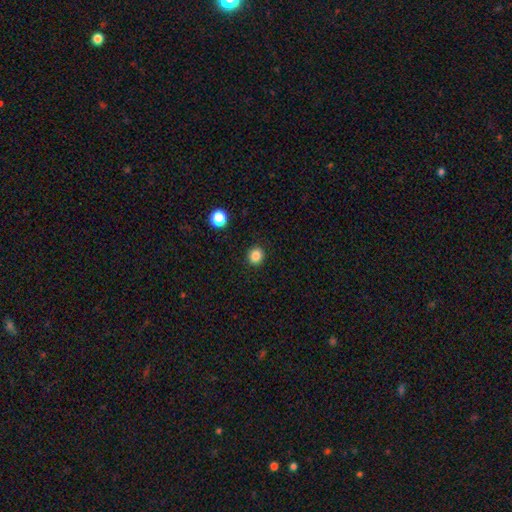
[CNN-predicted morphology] Q: Smooth or featured?
A: smooth (86%); runner-up: star or artifact (11%)
Q: How rounded?
A: round (81%); runner-up: in between (18%)
Q: Merging?
A: none (92%); runner-up: minor disturbance (5%)